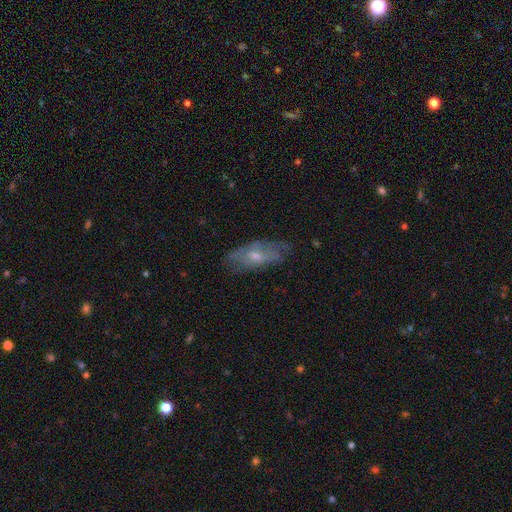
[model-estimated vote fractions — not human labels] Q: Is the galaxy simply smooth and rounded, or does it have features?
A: featured or disk — 49%.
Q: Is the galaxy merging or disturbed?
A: none — 68%.